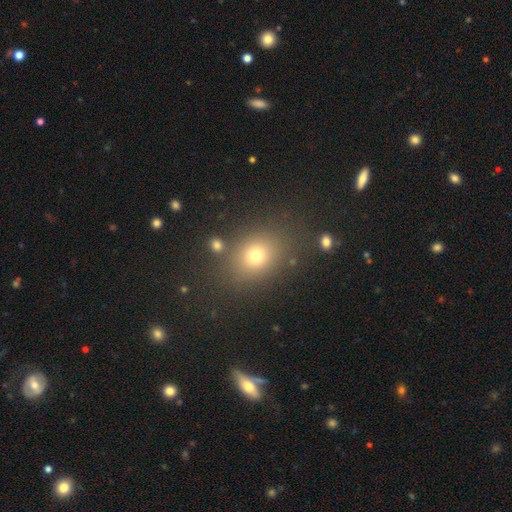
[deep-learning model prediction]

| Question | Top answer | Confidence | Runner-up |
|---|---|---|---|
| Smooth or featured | smooth | 70% | star or artifact (20%) |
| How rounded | round | 53% | in between (46%) |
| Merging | none | 82% | minor disturbance (9%) |